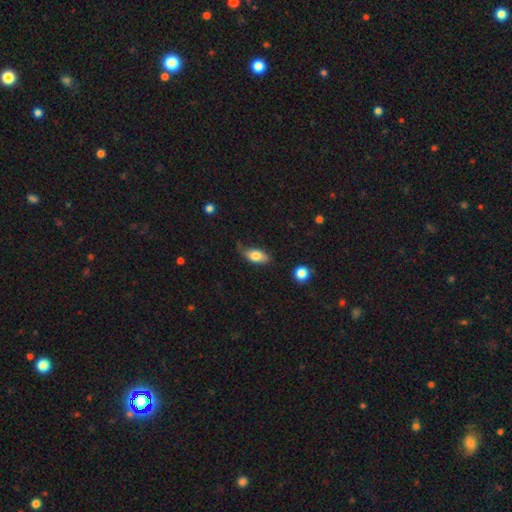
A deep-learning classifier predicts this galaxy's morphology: smooth 76%, featured or disk 17%, star or artifact 7%. Down the decision tree: how rounded — in between (88%); merging — none (55%).